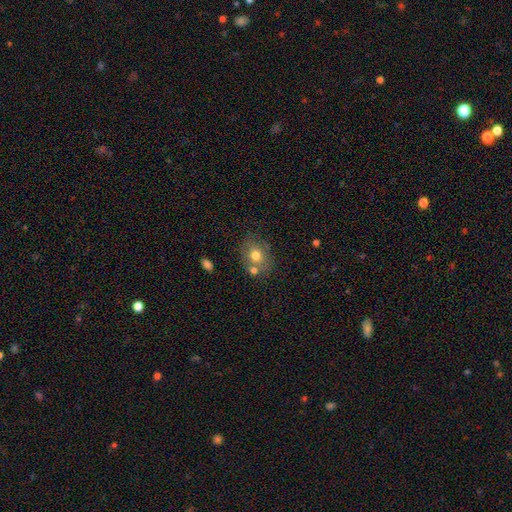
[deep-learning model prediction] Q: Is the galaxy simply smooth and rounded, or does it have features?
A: smooth — 68%.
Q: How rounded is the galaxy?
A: in between — 54%.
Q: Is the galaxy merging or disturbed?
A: none — 60%.